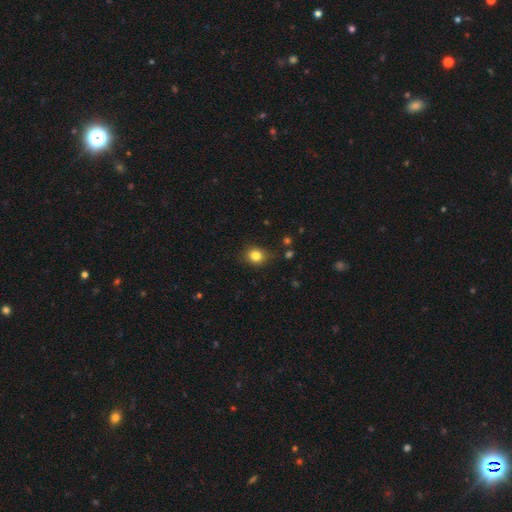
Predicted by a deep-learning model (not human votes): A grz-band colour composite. It shows a smooth galaxy with no disk features (82%) that is round (69%). Merging: none (81%).